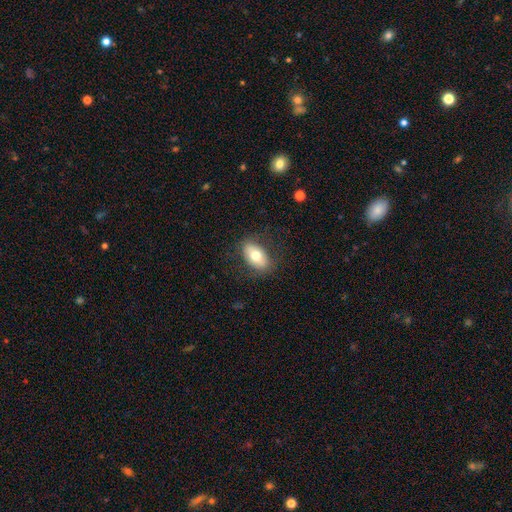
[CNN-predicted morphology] A smooth galaxy with no disk features (70%) that is in between round and cigar-shaped (90%).

Vote fractions:
- Smooth or featured? smooth: 70% / featured or disk: 23% / star or artifact: 7%
- How rounded? in between: 90% / round: 7% / cigar-shaped: 3%
- Merging? none: 82% / minor disturbance: 13% / major disturbance: 5% / merger: 1%